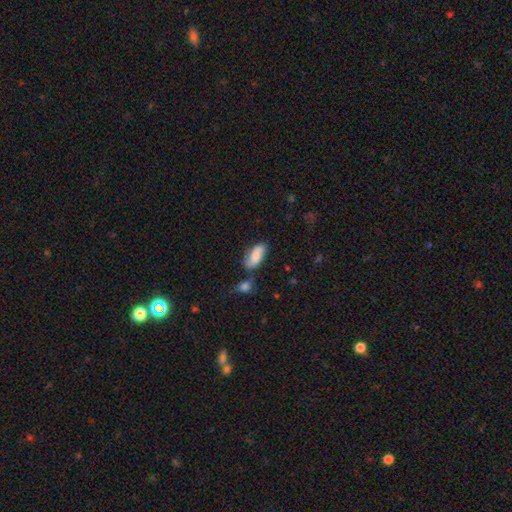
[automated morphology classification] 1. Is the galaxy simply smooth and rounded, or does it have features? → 78% smooth, 15% featured or disk, 7% star or artifact.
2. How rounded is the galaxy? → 86% in between, 11% cigar-shaped, 3% round.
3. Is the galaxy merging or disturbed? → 61% none, 21% minor disturbance, 12% merger, 6% major disturbance.